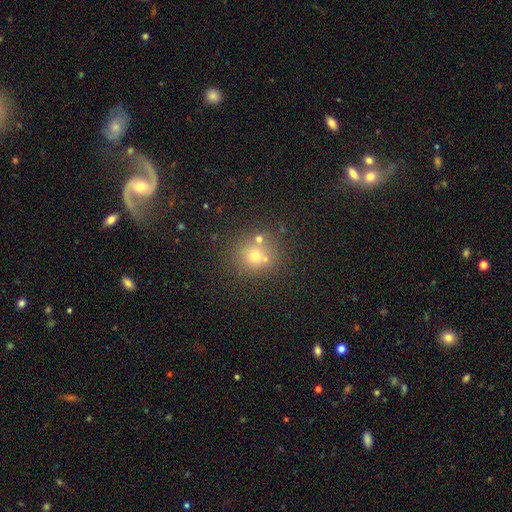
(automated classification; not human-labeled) Smooth or featured? smooth (64%)
How rounded? round (89%)
Merging? none (62%)